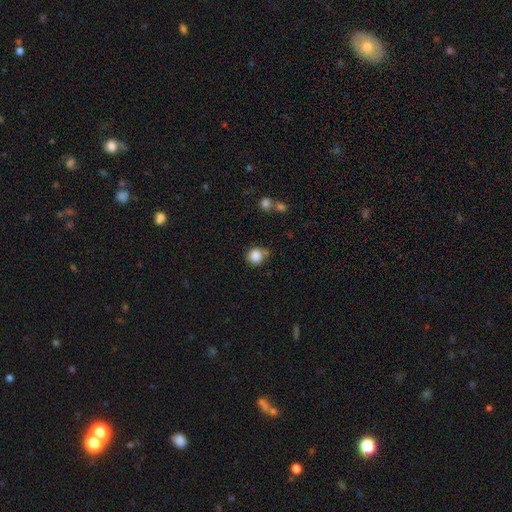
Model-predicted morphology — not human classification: Smooth or featured?
  - smooth: 86% *
  - star or artifact: 9%
  - featured or disk: 4%
How rounded?
  - round: 90% *
  - in between: 10%
  - cigar-shaped: 1%
Merging?
  - none: 64% *
  - minor disturbance: 22%
  - merger: 8%
  - major disturbance: 6%